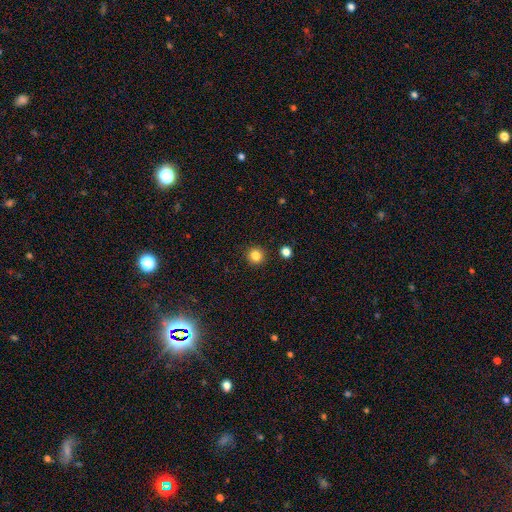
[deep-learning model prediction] Overall: smooth (83%). How rounded: round (94%). Merging: none (91%).